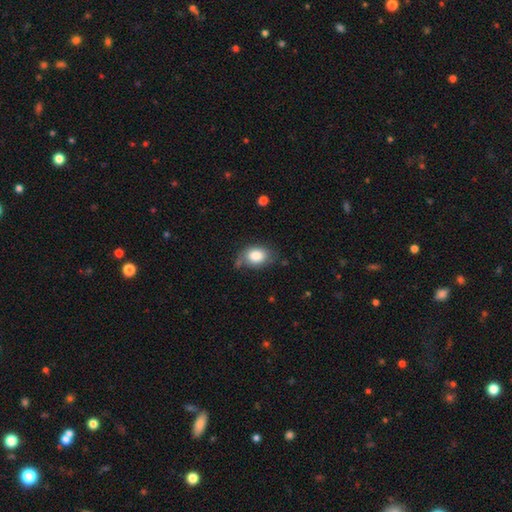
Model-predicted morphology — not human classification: smooth-or-featured: smooth: 82% | featured or disk: 10% | star or artifact: 8%
  how-rounded: in between: 73% | round: 26% | cigar-shaped: 1%
  merging: none: 62% | minor disturbance: 27% | major disturbance: 8% | merger: 4%